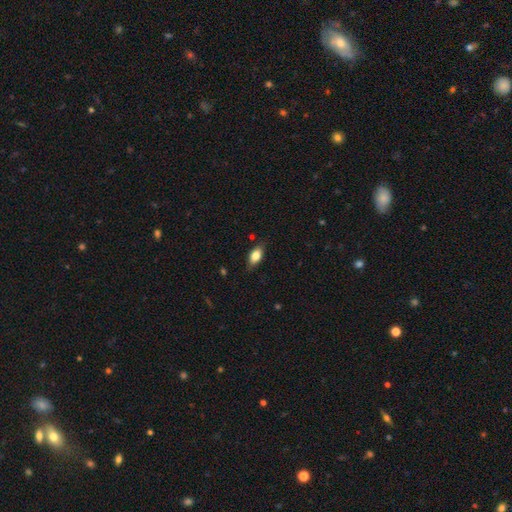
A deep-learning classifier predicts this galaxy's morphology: Smooth or featured? smooth (79%)
How rounded? in between (87%)
Merging? none (80%)